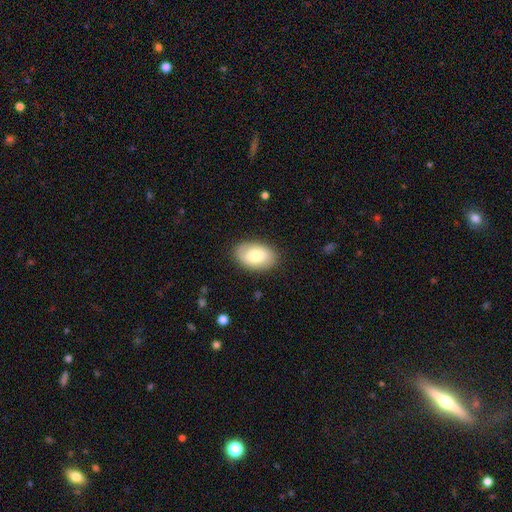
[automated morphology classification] Smooth or featured? smooth (72%)
How rounded? in between (89%)
Merging? none (85%)